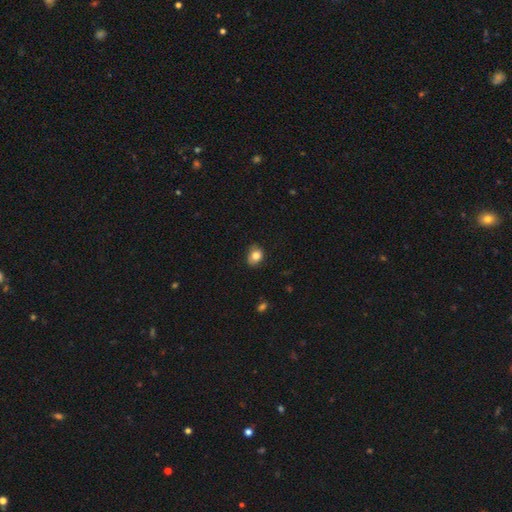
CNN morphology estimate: Smooth or featured?
  - smooth: 81% *
  - star or artifact: 10%
  - featured or disk: 9%
How rounded?
  - in between: 51% *
  - round: 48%
  - cigar-shaped: 1%
Merging?
  - none: 73% *
  - minor disturbance: 22%
  - major disturbance: 4%
  - merger: 1%